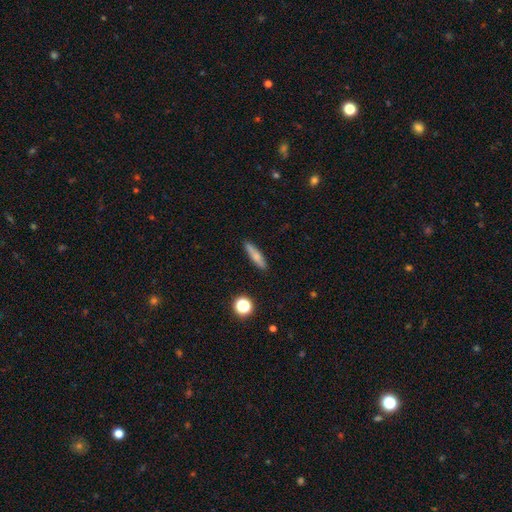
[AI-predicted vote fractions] smooth 70%, featured or disk 22%, star or artifact 8%. Down the decision tree: how rounded — cigar-shaped (81%); merging — none (88%).